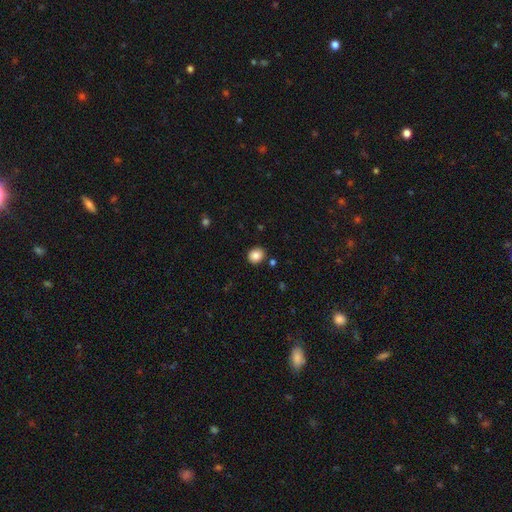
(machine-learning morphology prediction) Smooth or featured?
  - smooth: 86% *
  - star or artifact: 9%
  - featured or disk: 5%
How rounded?
  - round: 72% *
  - in between: 27%
  - cigar-shaped: 1%
Merging?
  - none: 88% *
  - minor disturbance: 7%
  - merger: 3%
  - major disturbance: 2%